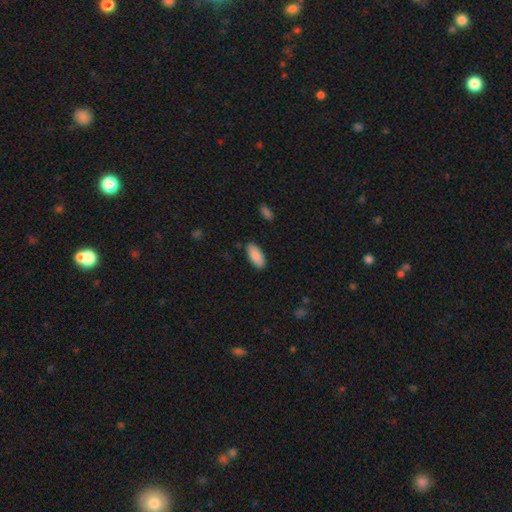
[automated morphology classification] This appears to be a smooth galaxy with no disk features (89%) that is in between round and cigar-shaped (86%). Merging: none (87%).